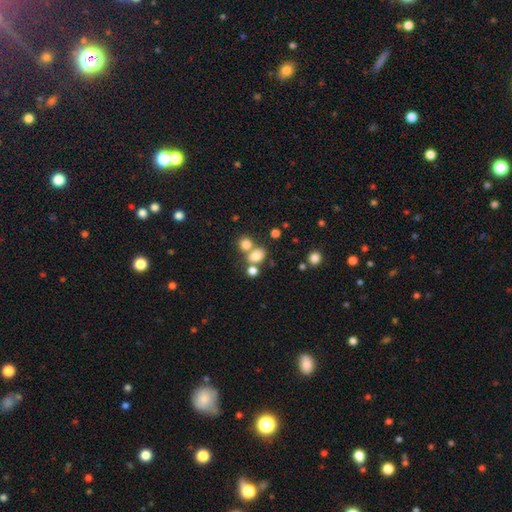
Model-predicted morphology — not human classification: This is likely a smooth galaxy (76%). How rounded: possibly in between (51%). Merging: possibly none (47%).